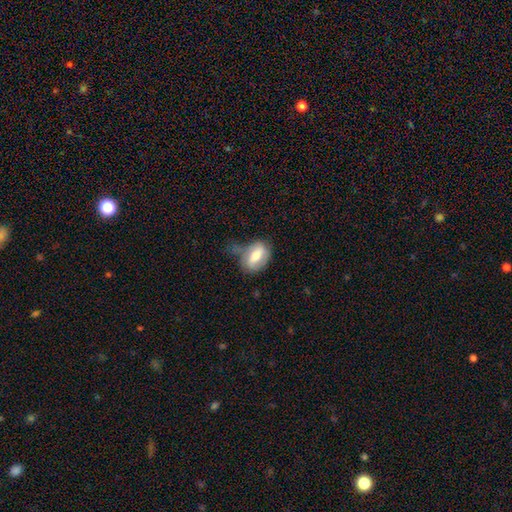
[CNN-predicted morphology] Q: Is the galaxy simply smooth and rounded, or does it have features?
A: smooth — 58%.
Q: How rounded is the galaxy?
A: in between — 84%.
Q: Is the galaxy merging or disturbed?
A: none — 35%, tied with minor disturbance.